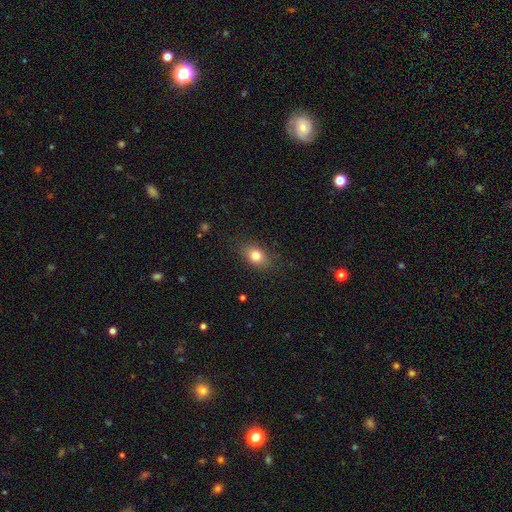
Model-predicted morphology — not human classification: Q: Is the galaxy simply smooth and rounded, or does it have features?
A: smooth — 79%.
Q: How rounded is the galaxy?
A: in between — 71%.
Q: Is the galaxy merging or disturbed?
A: none — 83%.